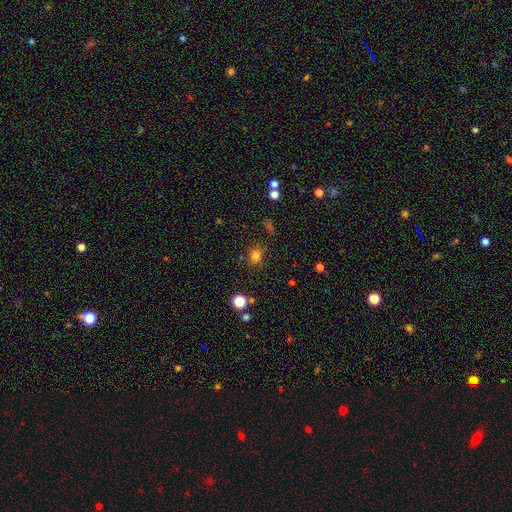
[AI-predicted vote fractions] Smooth or featured? Predicted: smooth (p=0.76). How rounded? Predicted: round (p=0.73). Merging? Predicted: none (p=0.80).